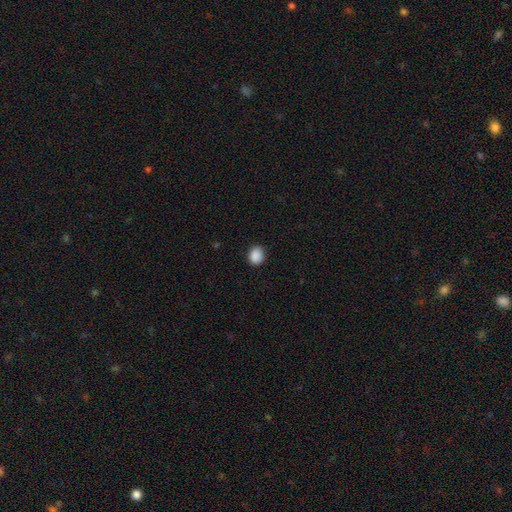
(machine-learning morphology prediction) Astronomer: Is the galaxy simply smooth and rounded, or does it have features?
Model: smooth — 89%.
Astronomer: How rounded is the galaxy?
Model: round — 62%.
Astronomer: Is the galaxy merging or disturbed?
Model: none — 88%.